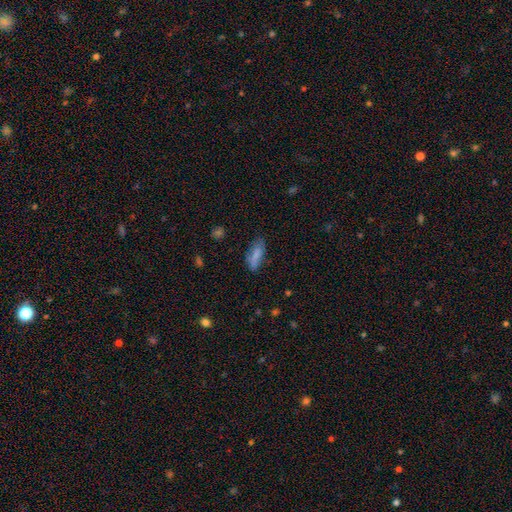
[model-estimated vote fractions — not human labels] The model was most divided on "merging": none: 63%, minor disturbance: 26%, major disturbance: 8%, merger: 3%. More confident: smooth or featured — smooth (77%); how rounded — in between (69%).